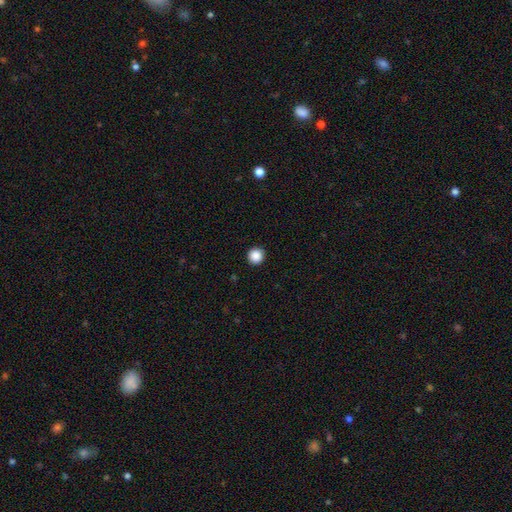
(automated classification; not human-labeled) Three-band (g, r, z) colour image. It shows a smooth galaxy with no disk features (88%) that is round (96%). Merging: none (93%).